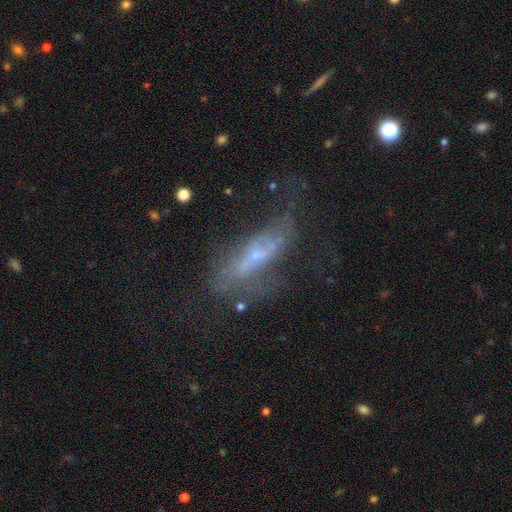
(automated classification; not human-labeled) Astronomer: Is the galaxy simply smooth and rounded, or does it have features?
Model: featured or disk — 56%.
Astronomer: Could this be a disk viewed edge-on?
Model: no — 73%.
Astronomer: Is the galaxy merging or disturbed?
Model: none — 37% (runner-up: major disturbance, 34%).